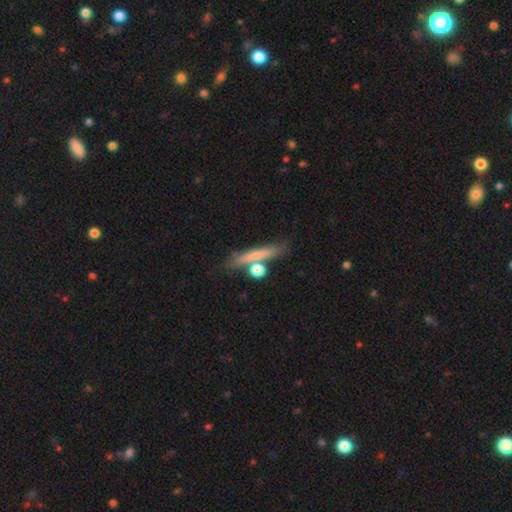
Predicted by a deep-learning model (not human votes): smooth-or-featured: smooth: 64% | featured or disk: 27% | star or artifact: 8%
  how-rounded: cigar-shaped: 77% | round: 12% | in between: 11%
  merging: none: 67% | merger: 15% | minor disturbance: 13% | major disturbance: 5%